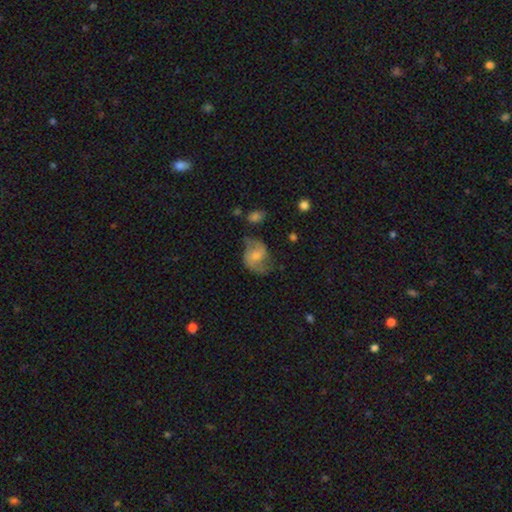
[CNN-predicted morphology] Smooth or featured: featured or disk — 58% (smooth — 34%)
Edge-on disk: no — 97% (yes — 3%)
Bar: no — 55% (weak — 37%)
Spiral arms: yes — 82% (no — 18%)
Bulge size: moderate — 44% (small — 37%)
Merging: none — 51% (minor disturbance — 28%)